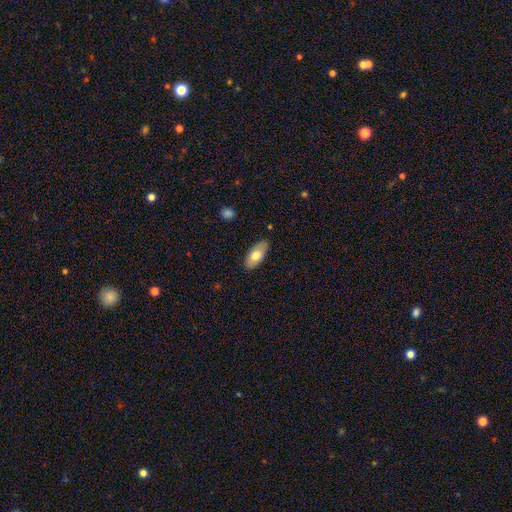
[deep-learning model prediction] This is likely a smooth galaxy (72%). How rounded: clearly in between (89%). Merging: clearly none (83%).